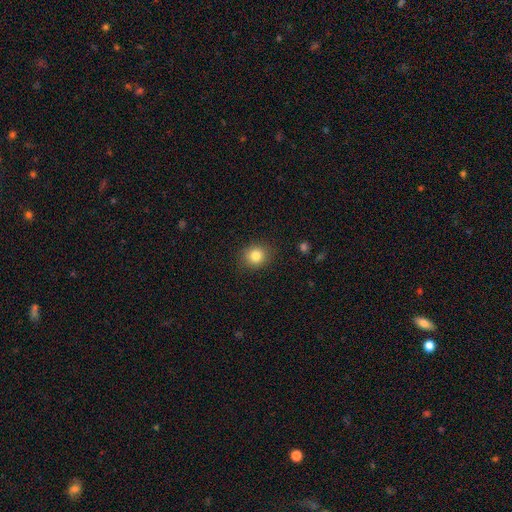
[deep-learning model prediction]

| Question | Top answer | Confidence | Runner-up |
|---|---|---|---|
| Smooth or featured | smooth | 84% | star or artifact (10%) |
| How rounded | round | 77% | in between (22%) |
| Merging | none | 87% | minor disturbance (9%) |